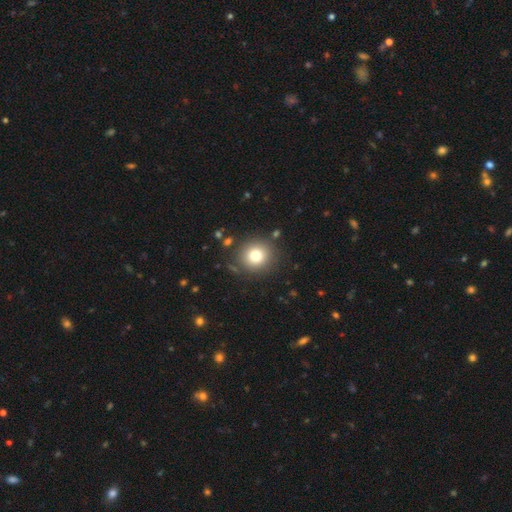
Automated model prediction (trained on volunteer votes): Smooth or featured? Predicted: smooth (p=0.77). How rounded? Predicted: round (p=0.91). Merging? Predicted: none (p=0.86).